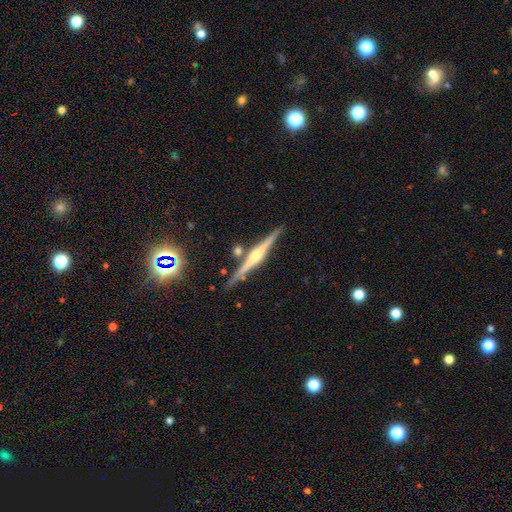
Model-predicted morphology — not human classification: Overall: featured or disk (84%). Edge-on disk: yes (98%). Edge-on bulge: rounded (92%). Merging: none (86%).